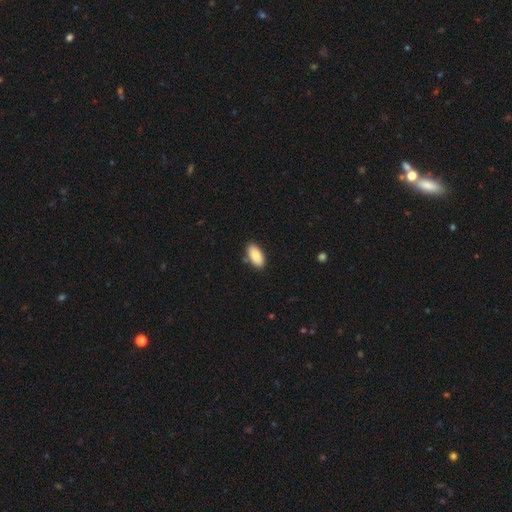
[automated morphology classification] type=smooth (85%); roundness=in between (93%); merging=none (85%).